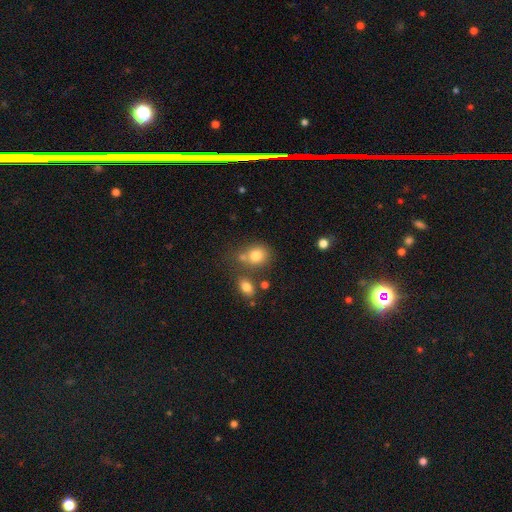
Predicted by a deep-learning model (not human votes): Morphology: type=smooth (79%); roundness=round (68%); merging=none (53%).